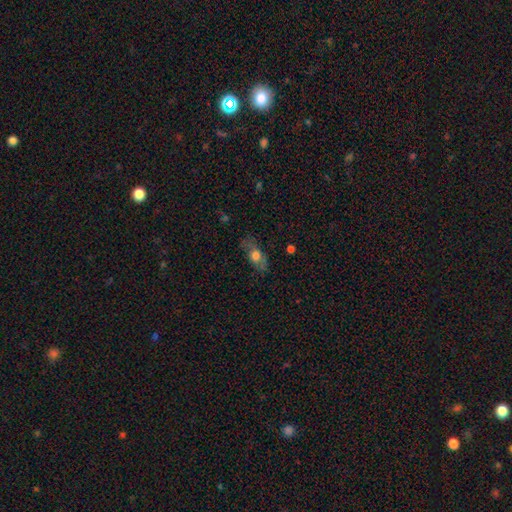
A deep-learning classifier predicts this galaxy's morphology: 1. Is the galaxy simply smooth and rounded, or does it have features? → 63% smooth, 27% featured or disk, 9% star or artifact.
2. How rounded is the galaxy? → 74% in between, 15% cigar-shaped, 11% round.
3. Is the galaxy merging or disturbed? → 69% none, 21% minor disturbance, 8% major disturbance, 2% merger.